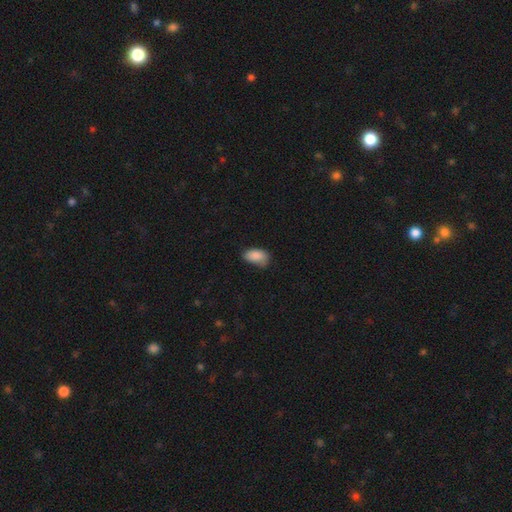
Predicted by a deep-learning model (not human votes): Smooth or featured: smooth — 87% (star or artifact — 7%)
How rounded: in between — 93% (round — 4%)
Merging: none — 54% (minor disturbance — 35%)